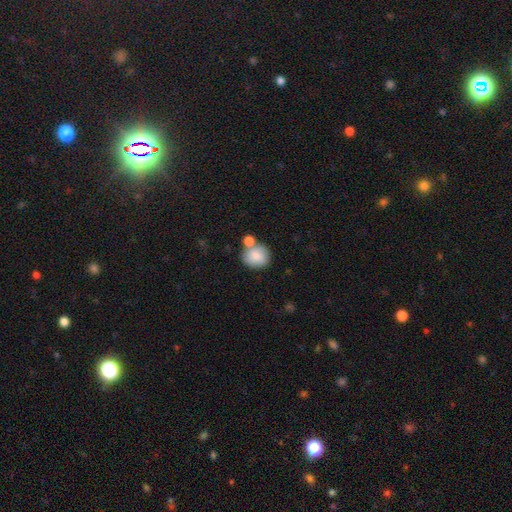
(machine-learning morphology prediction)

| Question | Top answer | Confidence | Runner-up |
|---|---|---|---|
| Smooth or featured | smooth | 82% | featured or disk (10%) |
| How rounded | round | 77% | in between (22%) |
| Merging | none | 56% | merger (27%) |